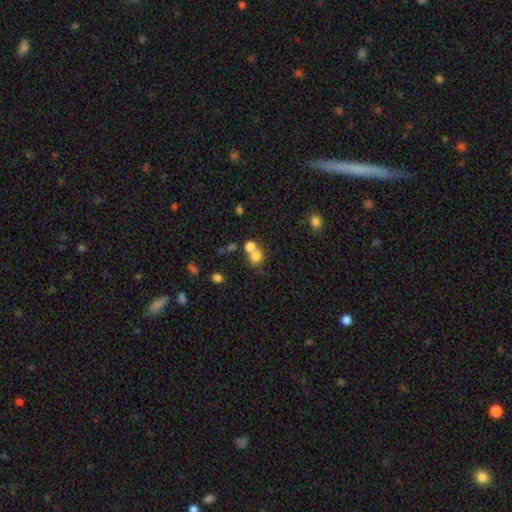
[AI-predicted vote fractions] smooth-or-featured: smooth: 76% | star or artifact: 13% | featured or disk: 10%
  how-rounded: round: 78% | in between: 21% | cigar-shaped: 1%
  merging: merger: 49% | none: 40% | minor disturbance: 7% | major disturbance: 4%